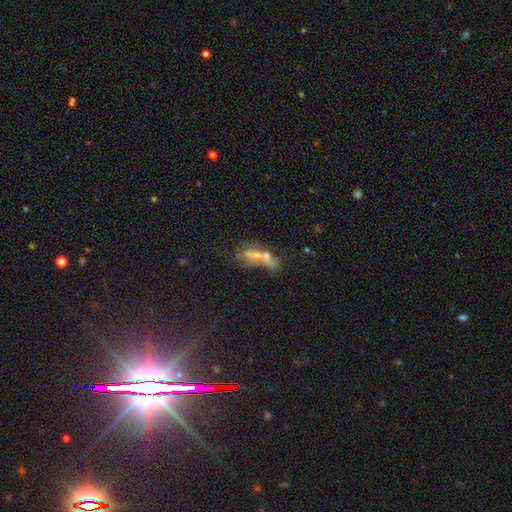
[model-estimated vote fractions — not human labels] Smooth or featured? Predicted: featured or disk (p=0.41). Merging? Predicted: merger (p=0.47).